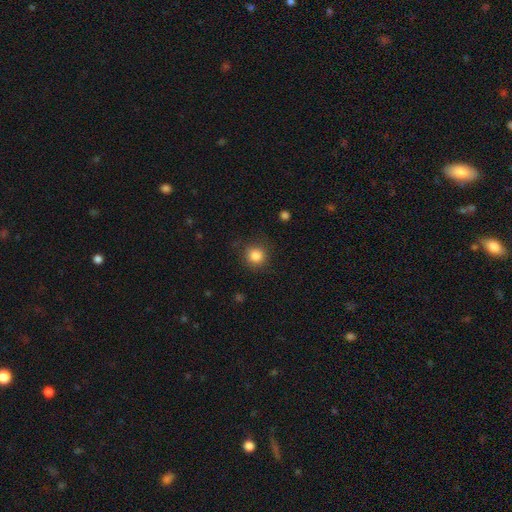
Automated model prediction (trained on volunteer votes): The model was most divided on "smooth or featured": smooth: 84%, star or artifact: 11%, featured or disk: 5%. More confident: how rounded — round (91%); merging — none (84%).